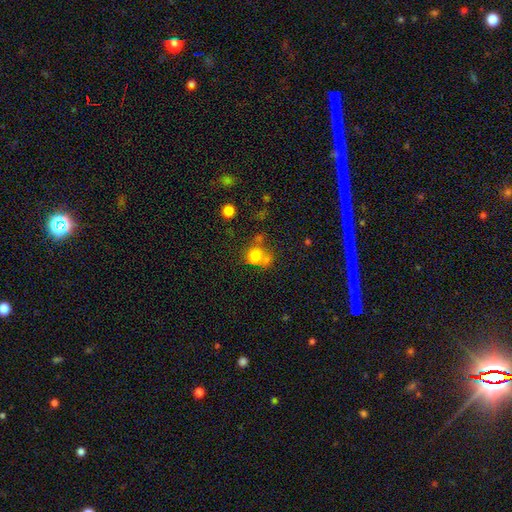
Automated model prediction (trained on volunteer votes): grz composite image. It shows a smooth galaxy with no disk features (75%) that is round (70%). Merging: none (38%).